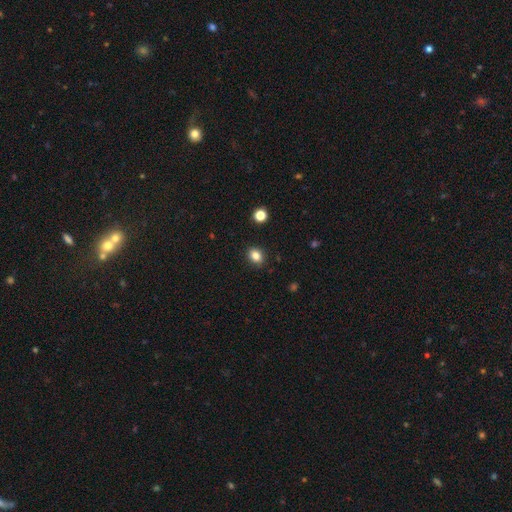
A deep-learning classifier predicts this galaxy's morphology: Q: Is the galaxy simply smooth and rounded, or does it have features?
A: smooth — 84%.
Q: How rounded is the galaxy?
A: in between — 50%.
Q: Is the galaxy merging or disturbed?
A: none — 89%.